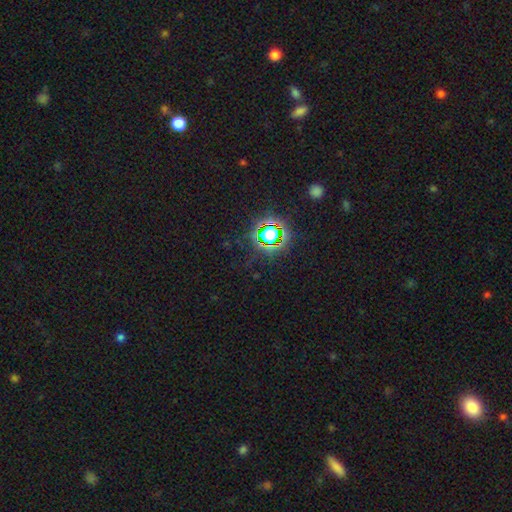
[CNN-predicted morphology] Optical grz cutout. It shows a star or artifact, not a galaxy (80%).